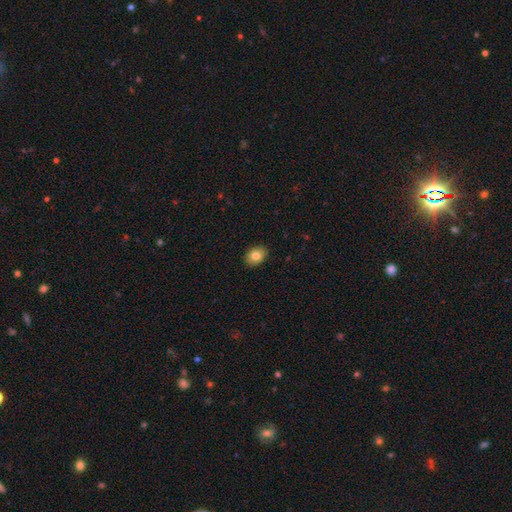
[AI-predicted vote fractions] This is clearly a smooth galaxy (82%). How rounded: likely in between (64%). Merging: clearly none (90%).